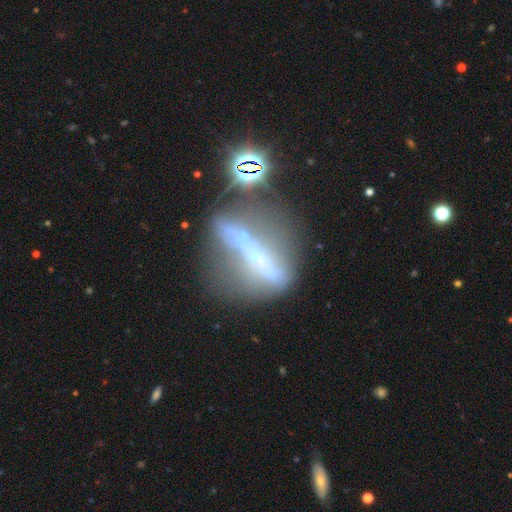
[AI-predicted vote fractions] A featured or disk galaxy (60%).

Vote fractions:
- Smooth or featured? featured or disk: 60% / smooth: 23% / star or artifact: 17%
- Edge-on disk? no: 53% / yes: 47%
- Merging? none: 40% / major disturbance: 24% / minor disturbance: 19% / merger: 17%